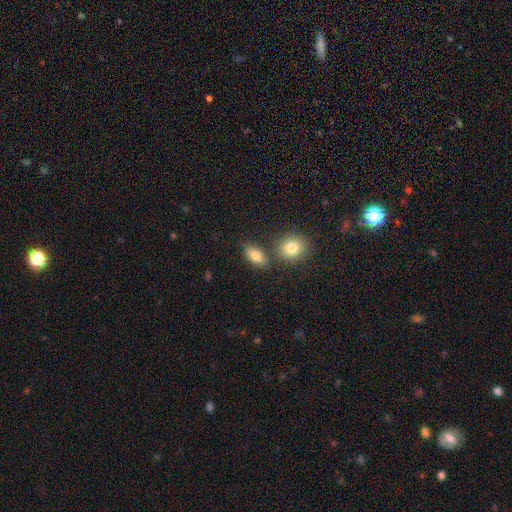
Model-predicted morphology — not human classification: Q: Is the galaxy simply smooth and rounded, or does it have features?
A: smooth — 82%.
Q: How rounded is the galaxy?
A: in between — 82%.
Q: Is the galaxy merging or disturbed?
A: none — 70%.